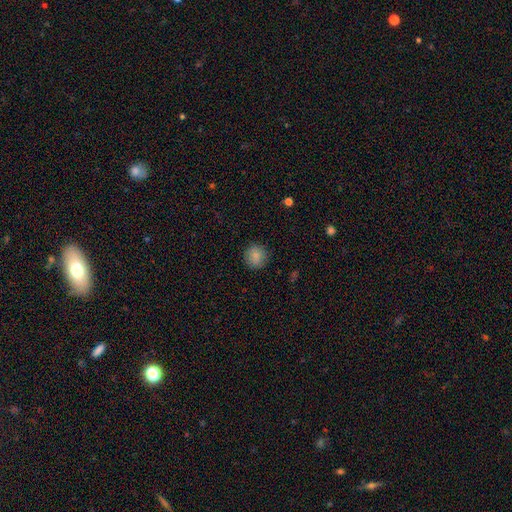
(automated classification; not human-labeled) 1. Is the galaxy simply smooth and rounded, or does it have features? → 85% smooth, 9% star or artifact, 5% featured or disk.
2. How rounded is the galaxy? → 93% round, 7% in between, 1% cigar-shaped.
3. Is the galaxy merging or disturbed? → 89% none, 8% minor disturbance, 2% major disturbance, 1% merger.